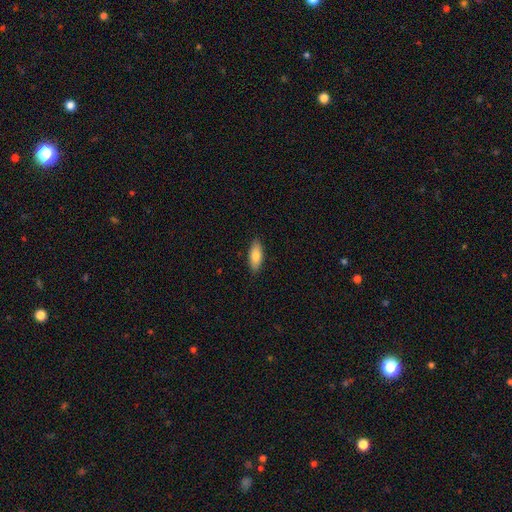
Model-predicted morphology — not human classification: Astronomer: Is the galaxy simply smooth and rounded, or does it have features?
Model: smooth — 79%.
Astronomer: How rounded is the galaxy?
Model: in between — 78%.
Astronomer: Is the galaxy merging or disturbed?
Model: none — 88%.